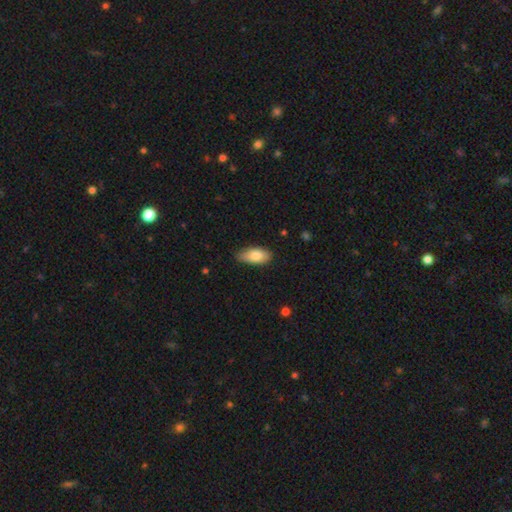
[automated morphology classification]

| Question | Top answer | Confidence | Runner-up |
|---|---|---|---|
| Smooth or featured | smooth | 82% | featured or disk (11%) |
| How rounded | in between | 91% | cigar-shaped (7%) |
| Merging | none | 72% | minor disturbance (23%) |